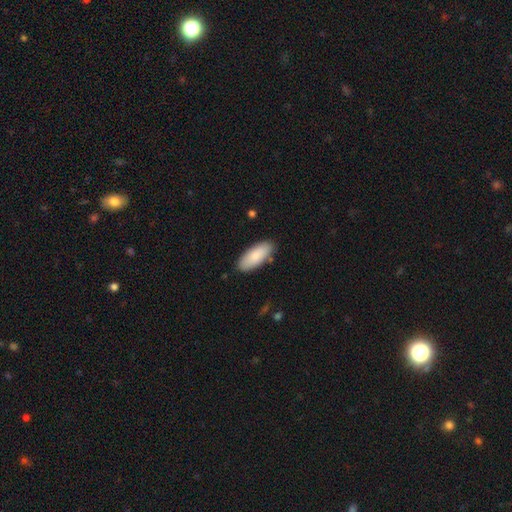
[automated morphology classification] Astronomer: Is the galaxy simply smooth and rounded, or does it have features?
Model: smooth — 86%.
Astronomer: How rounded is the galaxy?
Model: in between — 83%.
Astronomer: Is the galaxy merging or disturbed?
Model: none — 85%.